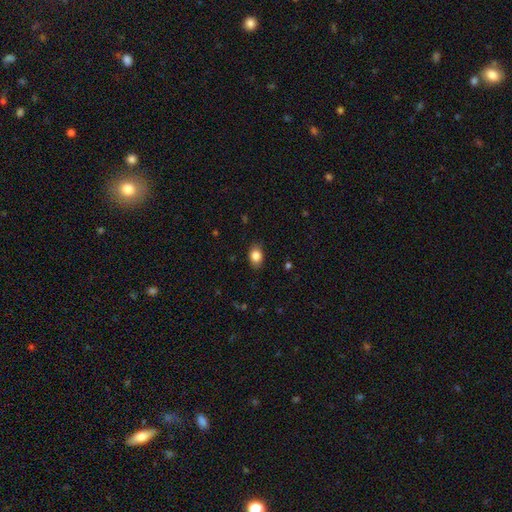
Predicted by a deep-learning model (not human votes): This is clearly a smooth galaxy (85%). How rounded: likely in between (77%). Merging: clearly none (83%).